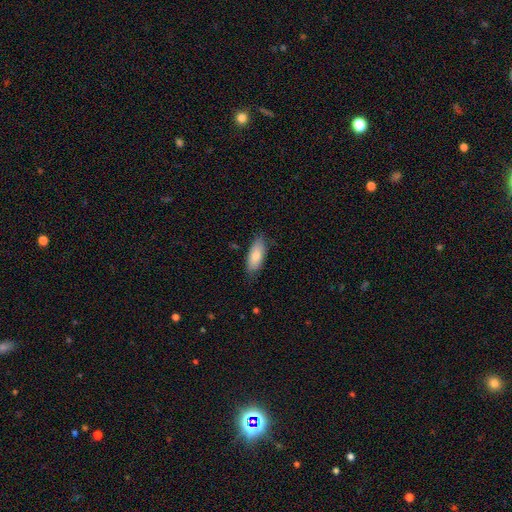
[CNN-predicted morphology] smooth_or_featured: smooth (p=0.80) [alt: featured or disk p=0.14]
how_rounded: in between (p=0.79) [alt: cigar-shaped p=0.19]
merging: none (p=0.80) [alt: minor disturbance p=0.16]